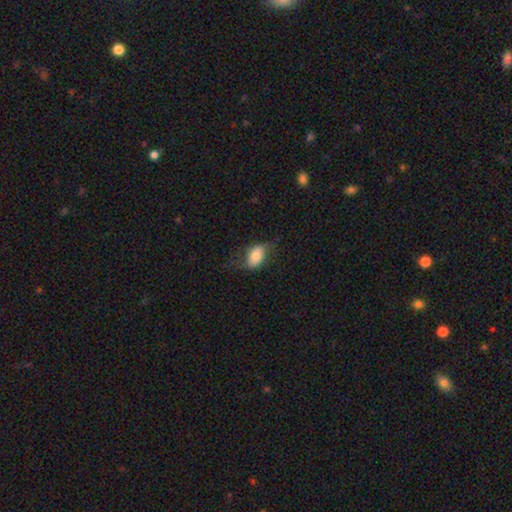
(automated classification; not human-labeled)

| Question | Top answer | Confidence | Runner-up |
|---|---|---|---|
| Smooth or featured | smooth | 67% | featured or disk (25%) |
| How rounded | in between | 87% | round (11%) |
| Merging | none | 56% | minor disturbance (26%) |